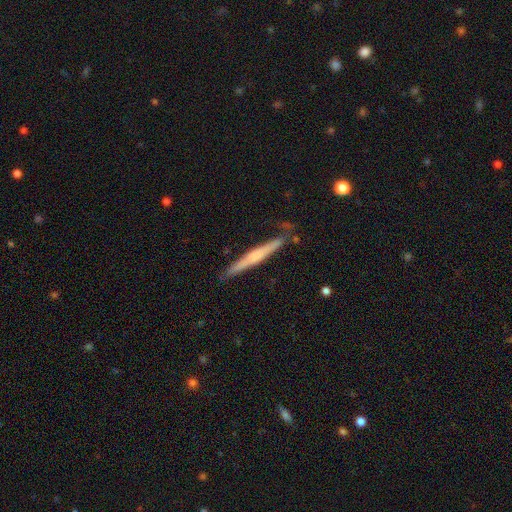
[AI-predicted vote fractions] Smooth or featured: featured or disk — 53% (smooth — 41%)
Edge-on disk: yes — 97% (no — 3%)
Edge-on bulge: none — 45% (rounded — 41%)
Merging: none — 79% (minor disturbance — 15%)